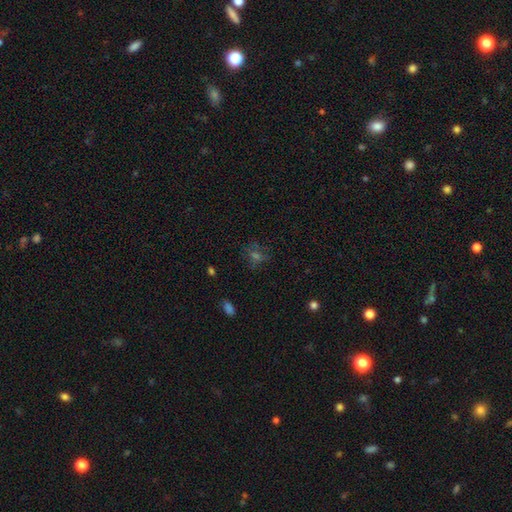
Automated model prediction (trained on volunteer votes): Smooth or featured: smooth — 39% (star or artifact — 38%)
Merging: none — 73% (minor disturbance — 15%)